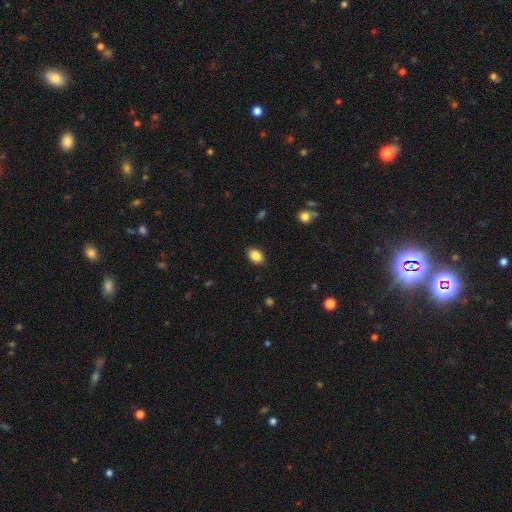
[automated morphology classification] smooth_or_featured: smooth (p=0.88) [alt: star or artifact p=0.08]
how_rounded: in between (p=0.84) [alt: round p=0.15]
merging: none (p=0.88) [alt: minor disturbance p=0.08]